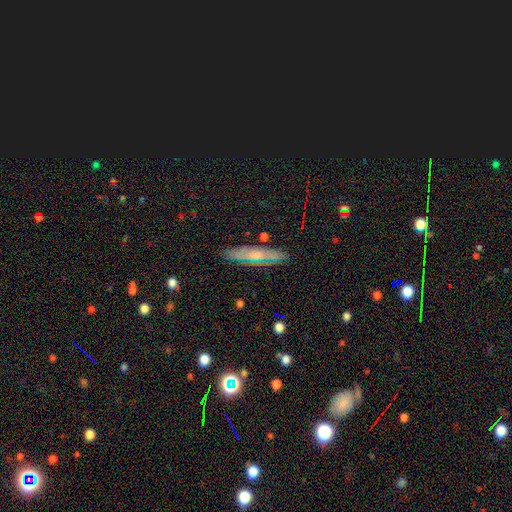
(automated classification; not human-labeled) Smooth or featured? Predicted: smooth (p=0.47). Merging? Predicted: none (p=0.88).